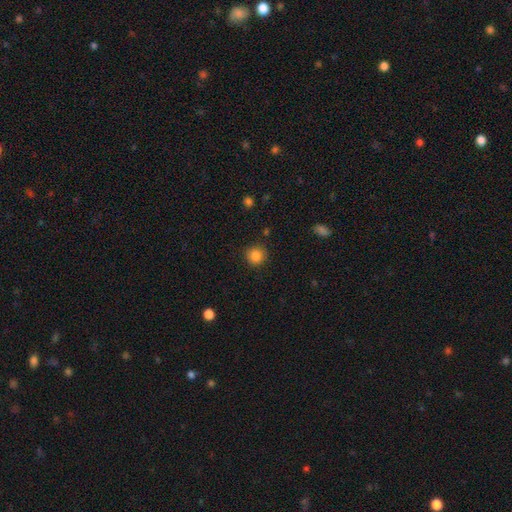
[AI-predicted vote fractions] Smooth or featured? smooth (85%)
How rounded? round (92%)
Merging? none (88%)